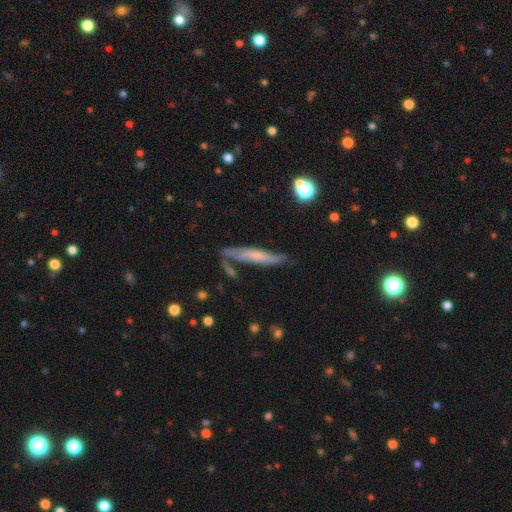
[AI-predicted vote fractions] This is possibly a featured or disk galaxy (47%). Merging: possibly none (59%).